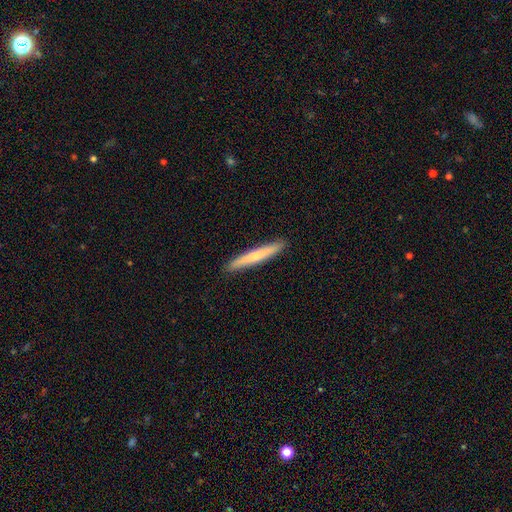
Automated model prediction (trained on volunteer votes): A smooth galaxy with no disk features (59%) that is cigar-shaped (96%).

Vote fractions:
- Smooth or featured? smooth: 59% / featured or disk: 36% / star or artifact: 5%
- How rounded? cigar-shaped: 96% / in between: 3% / round: 1%
- Merging? none: 92% / minor disturbance: 6% / major disturbance: 1% / merger: 1%